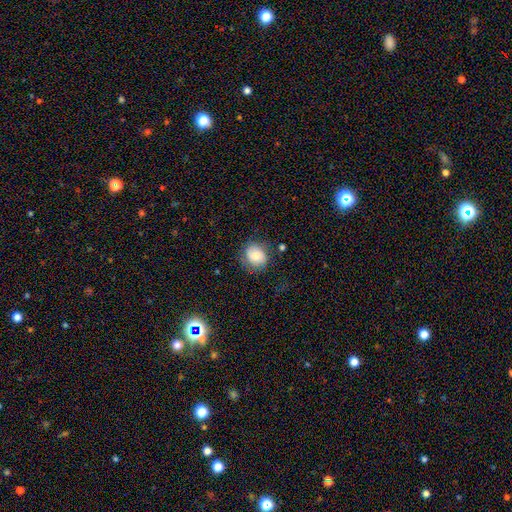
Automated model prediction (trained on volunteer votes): A smooth galaxy with no disk features (76%) that is round (70%). Merging: none (69%).